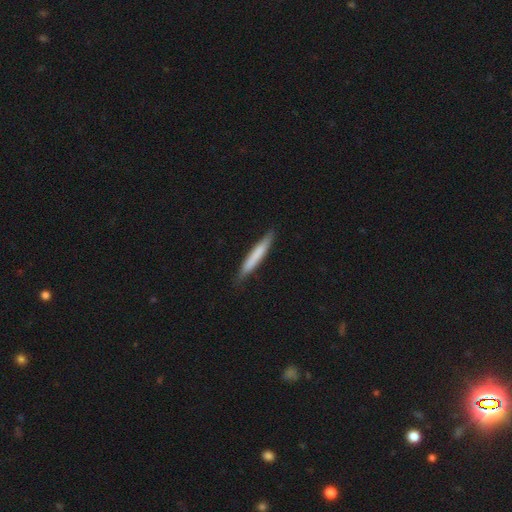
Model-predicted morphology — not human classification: Smooth or featured? smooth (71%)
How rounded? cigar-shaped (95%)
Merging? none (84%)